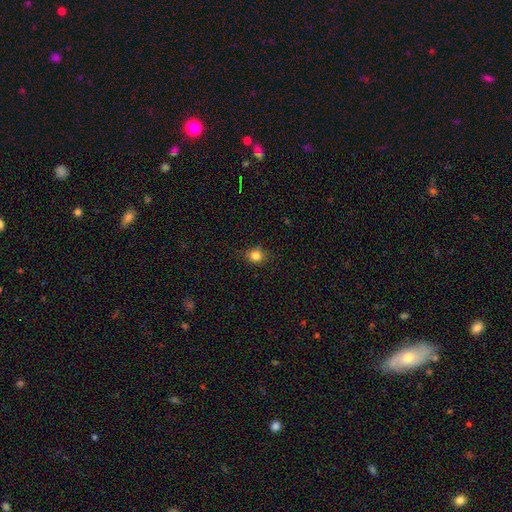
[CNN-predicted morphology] Smooth or featured: smooth — 82% (star or artifact — 13%)
How rounded: round — 75% (in between — 24%)
Merging: none — 86% (minor disturbance — 10%)